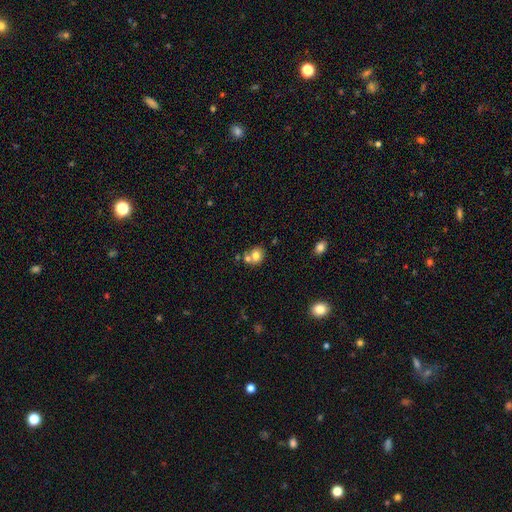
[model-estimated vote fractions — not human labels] A smooth galaxy with no disk features (75%) that is round (71%). Merging: none (50%).